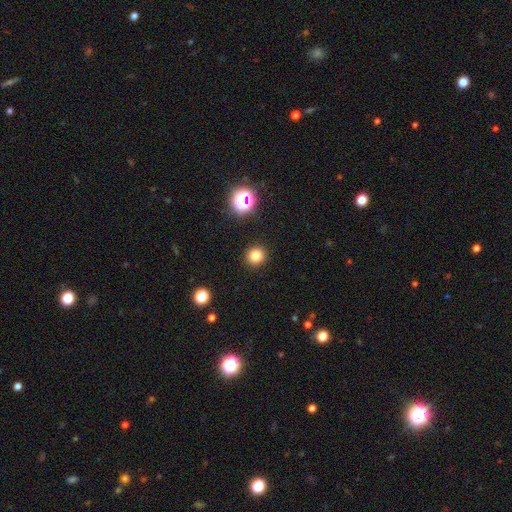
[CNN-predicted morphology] A smooth galaxy with no disk features (80%) that is round (91%). Merging: none (91%).